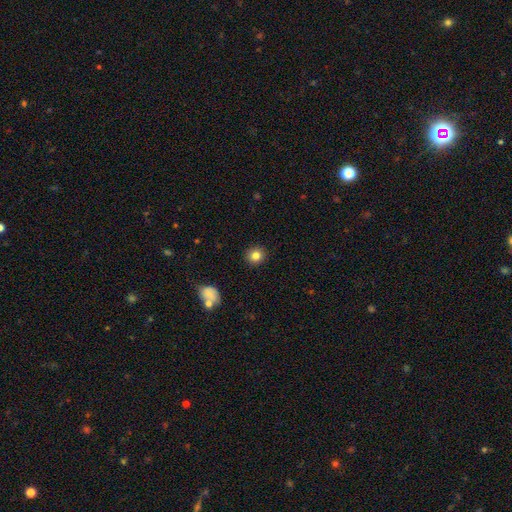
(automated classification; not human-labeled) Smooth or featured? Predicted: smooth (p=0.82). How rounded? Predicted: round (p=0.90). Merging? Predicted: none (p=0.91).